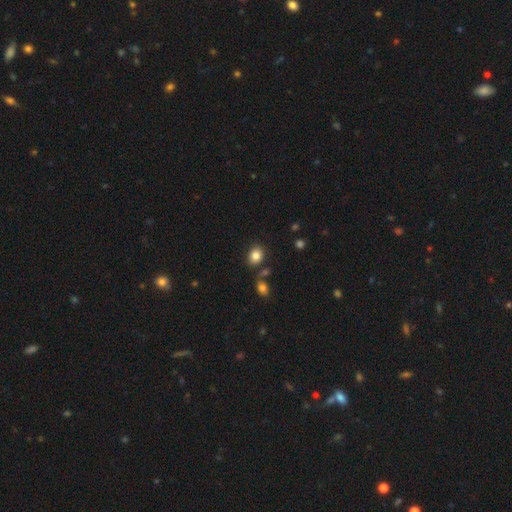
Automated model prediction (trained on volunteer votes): A smooth galaxy with no disk features (83%) that is in between round and cigar-shaped (52%).

Vote fractions:
- Smooth or featured? smooth: 83% / star or artifact: 10% / featured or disk: 7%
- How rounded? in between: 52% / round: 47% / cigar-shaped: 1%
- Merging? none: 76% / minor disturbance: 12% / merger: 8% / major disturbance: 4%